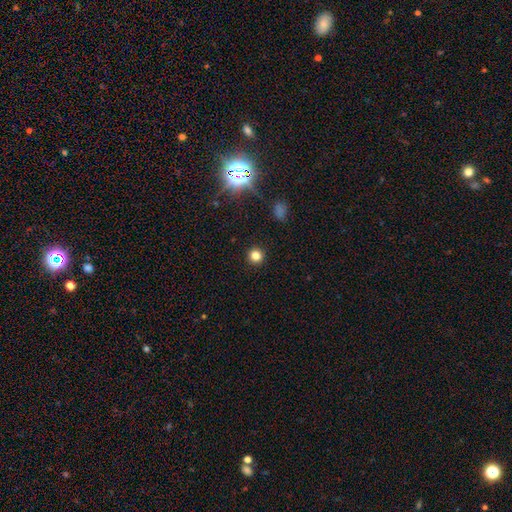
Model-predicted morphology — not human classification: Smooth or featured? smooth (79%)
How rounded? round (95%)
Merging? none (93%)